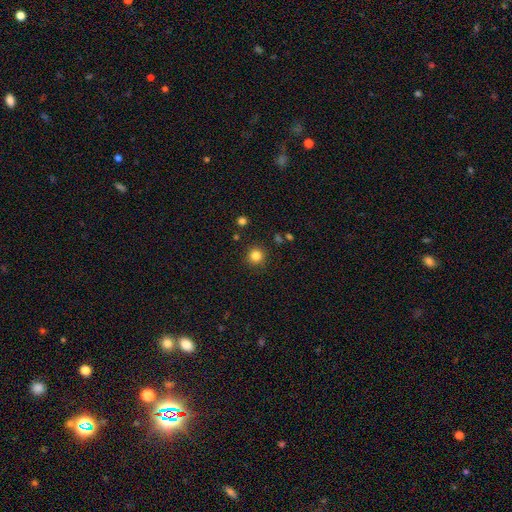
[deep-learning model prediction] smooth 83%, star or artifact 12%, featured or disk 5%. Down the decision tree: how rounded — round (95%); merging — none (90%).